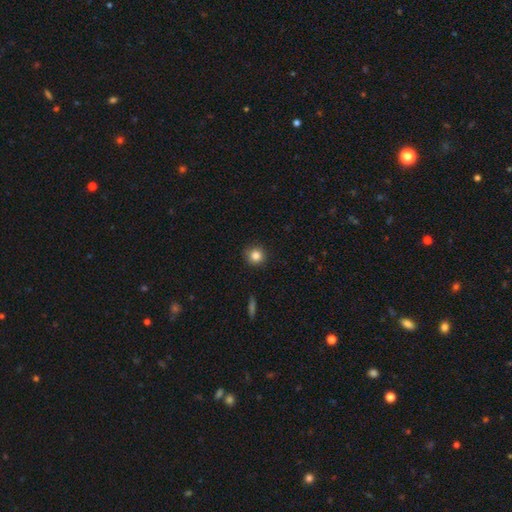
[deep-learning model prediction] smooth_or_featured: smooth (p=0.84) [alt: star or artifact p=0.11]
how_rounded: round (p=0.92) [alt: in between p=0.07]
merging: none (p=0.90) [alt: minor disturbance p=0.07]